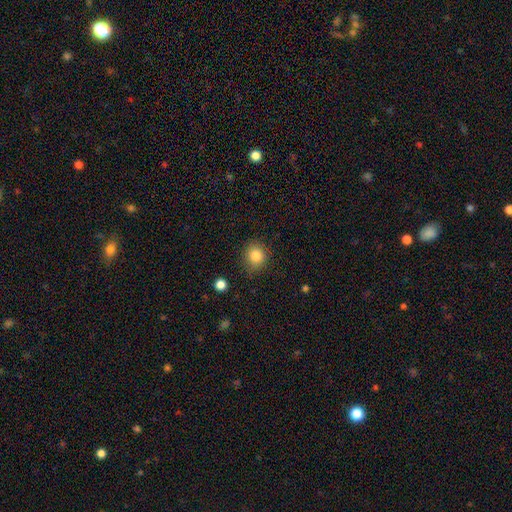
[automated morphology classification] Q: Smooth or featured?
A: smooth (84%); runner-up: star or artifact (11%)
Q: How rounded?
A: round (78%); runner-up: in between (21%)
Q: Merging?
A: none (83%); runner-up: minor disturbance (12%)